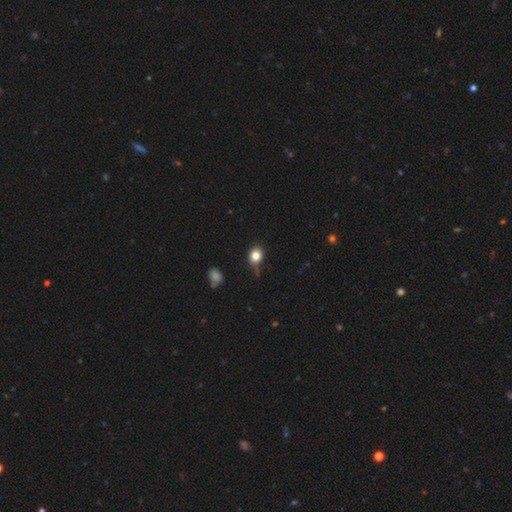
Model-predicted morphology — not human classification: type=smooth (80%); roundness=round (65%); merging=none (64%).